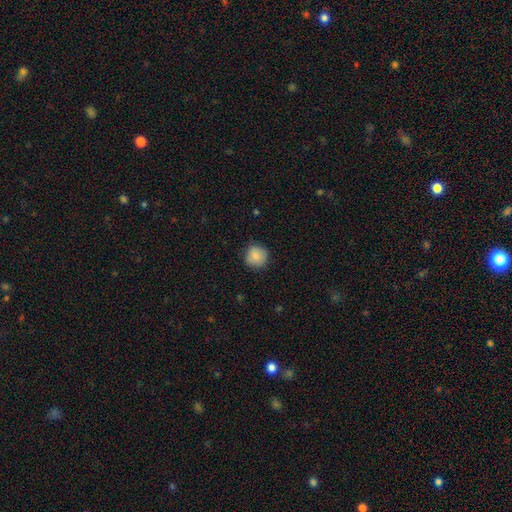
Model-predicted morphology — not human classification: A smooth galaxy with no disk features (85%) that is round (92%).

Vote fractions:
- Smooth or featured? smooth: 85% / star or artifact: 8% / featured or disk: 7%
- How rounded? round: 92% / in between: 7% / cigar-shaped: 1%
- Merging? none: 84% / minor disturbance: 12% / major disturbance: 3% / merger: 1%